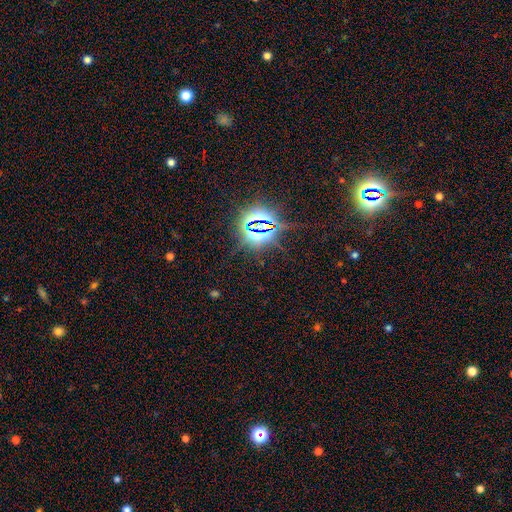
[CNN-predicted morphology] This appears to be a star or artifact, not a galaxy (83%).